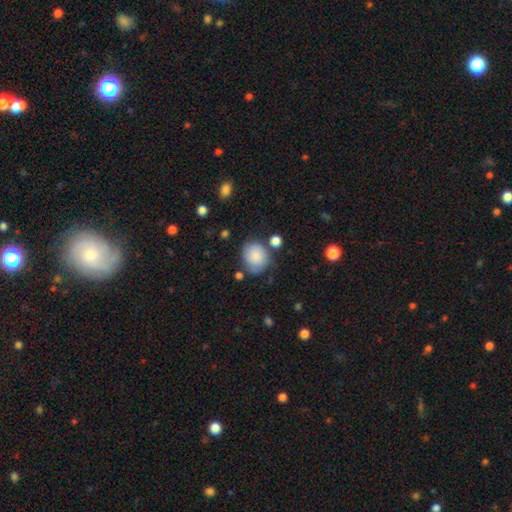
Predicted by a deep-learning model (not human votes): This appears to be a smooth galaxy with no disk features (84%) that is round (74%). Merging: none (64%).